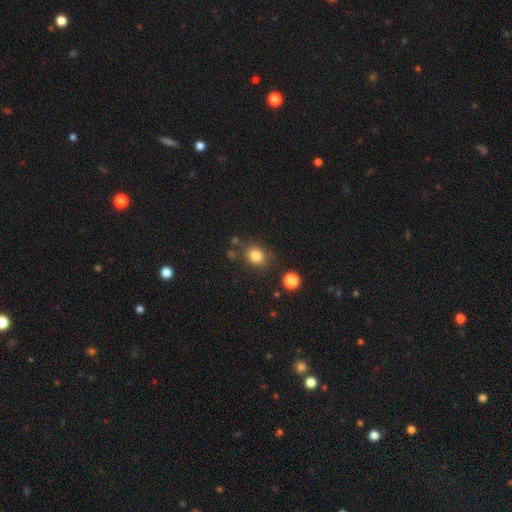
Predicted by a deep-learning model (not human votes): A smooth galaxy with no disk features (83%) that is round (63%).

Vote fractions:
- Smooth or featured? smooth: 83% / star or artifact: 11% / featured or disk: 6%
- How rounded? round: 63% / in between: 36% / cigar-shaped: 1%
- Merging? none: 76% / minor disturbance: 14% / merger: 6% / major disturbance: 5%